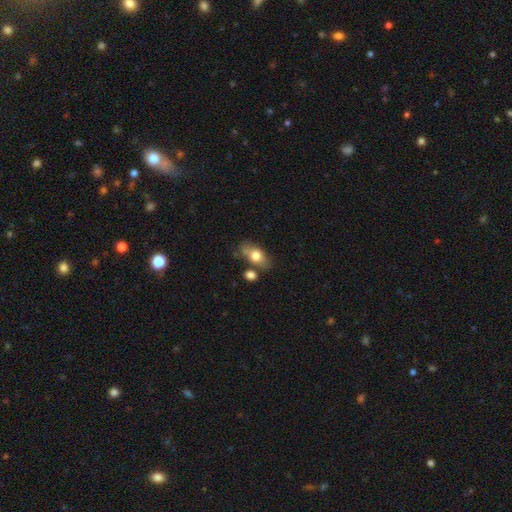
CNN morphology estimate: A smooth galaxy with no disk features (73%) that is in between round and cigar-shaped (82%). Merging: none (59%).